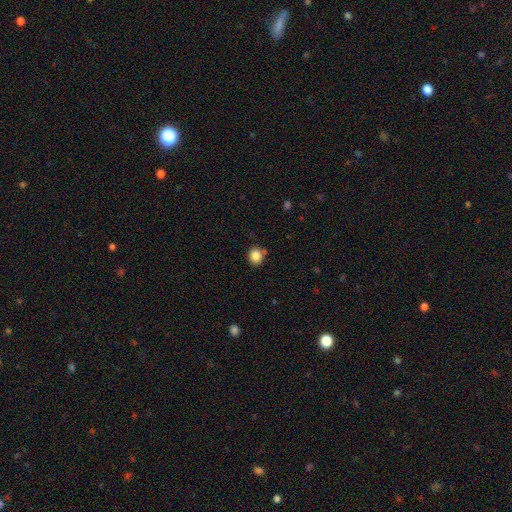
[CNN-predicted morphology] This is clearly a smooth galaxy (85%). How rounded: likely round (74%). Merging: likely none (79%).